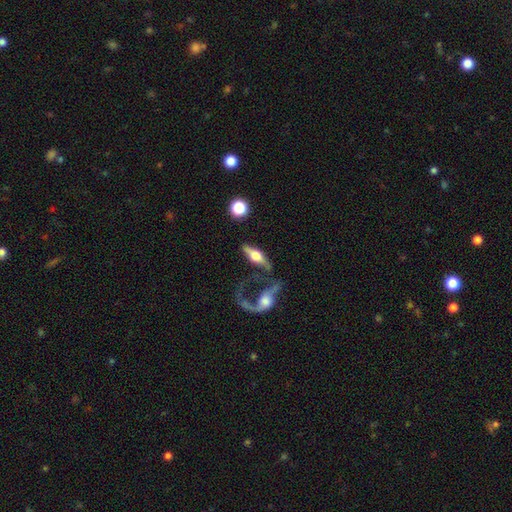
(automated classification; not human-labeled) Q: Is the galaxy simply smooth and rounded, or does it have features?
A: featured or disk — 66%.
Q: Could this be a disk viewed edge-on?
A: yes — 78%.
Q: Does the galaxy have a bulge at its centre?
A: rounded — 94%.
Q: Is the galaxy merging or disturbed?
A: none — 45%.